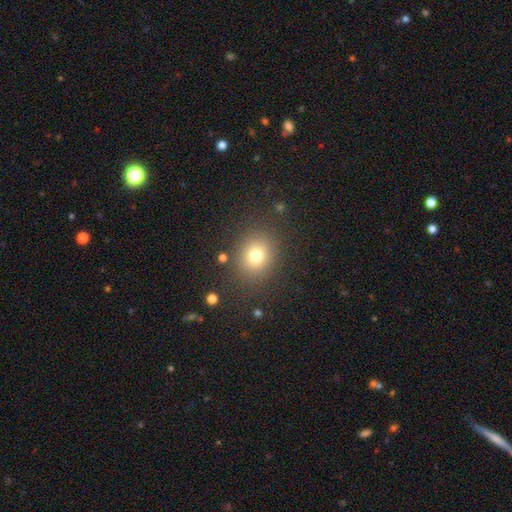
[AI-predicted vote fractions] Overall: smooth (76%). How rounded: round (73%). Merging: none (85%).